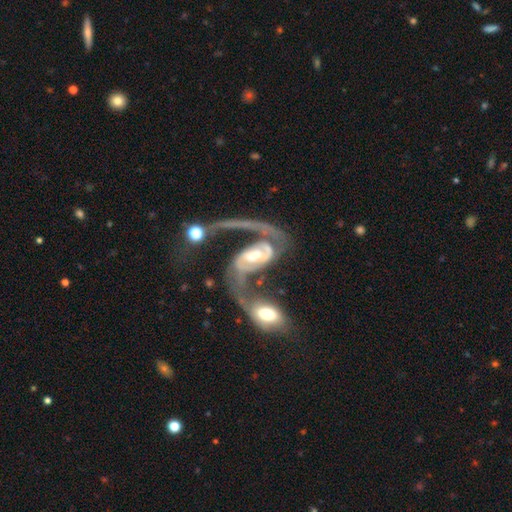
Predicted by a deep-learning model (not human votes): The model was most divided on "bar": weak: 42%, strong: 35%, no: 23%. More confident: edge-on disk — no (96%); spiral arms — yes (94%); smooth or featured — featured or disk (87%); spiral arm count — 2 (85%); bulge size — moderate (59%); spiral winding — loose (55%); merging — merger (53%).